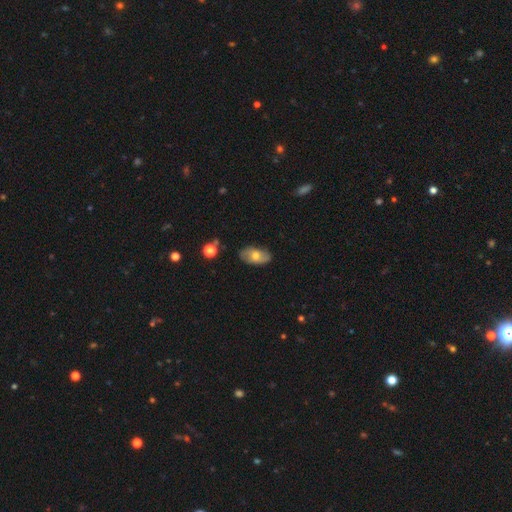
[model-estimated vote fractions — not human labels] Overall: smooth (63%; featured or disk 29%). How rounded: in between (92%). Merging: none (78%).